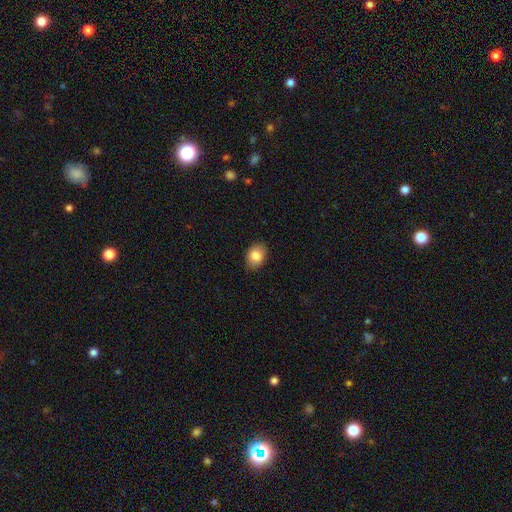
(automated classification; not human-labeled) Smooth or featured? smooth (84%)
How rounded? in between (69%)
Merging? none (85%)